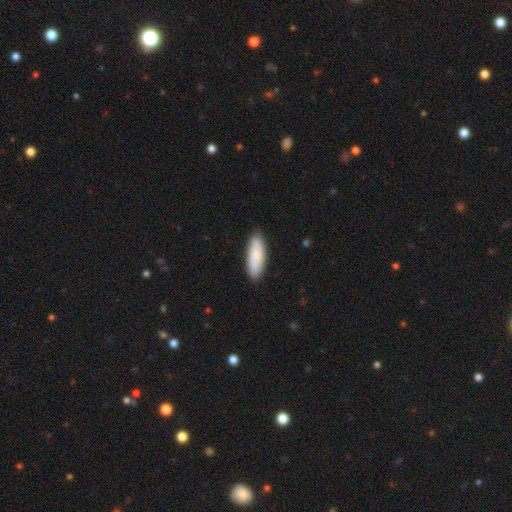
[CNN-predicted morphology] This appears to be a smooth galaxy with no disk features (87%) that is in between round and cigar-shaped (58%). Merging: none (89%).